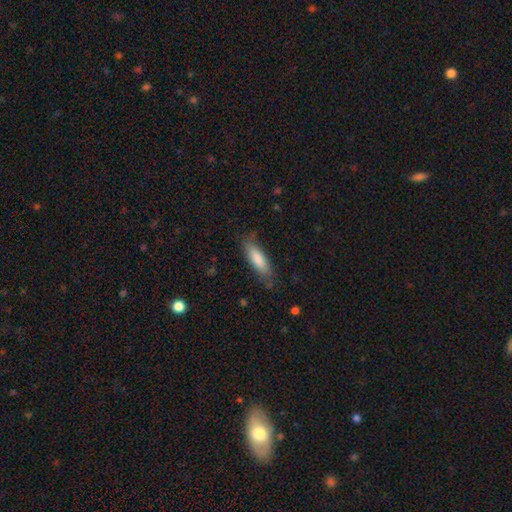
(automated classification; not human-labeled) A smooth galaxy with no disk features (80%) that is cigar-shaped (54%). Merging: none (76%).